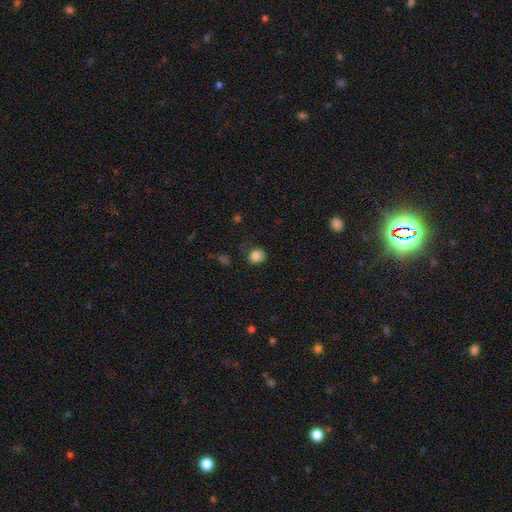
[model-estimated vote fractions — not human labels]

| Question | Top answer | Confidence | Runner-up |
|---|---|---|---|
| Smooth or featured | smooth | 83% | star or artifact (11%) |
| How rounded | round | 77% | in between (22%) |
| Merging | none | 67% | minor disturbance (22%) |